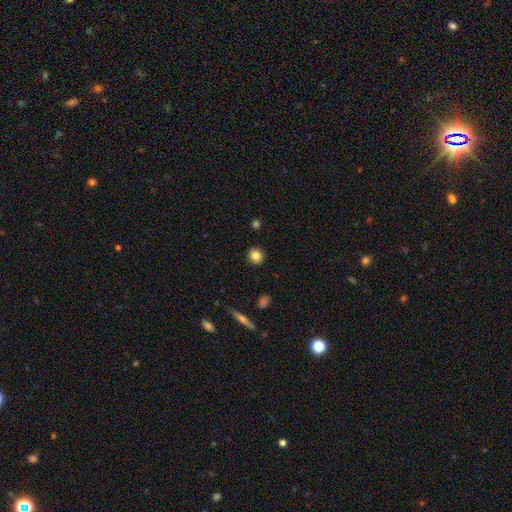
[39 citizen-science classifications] Morphology: type=smooth (87%); roundness=round (94%); merging=none (97%).